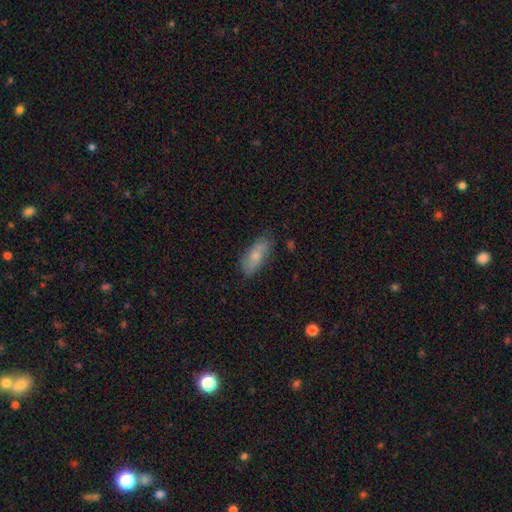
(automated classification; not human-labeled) Smooth or featured: smooth — 69% (featured or disk — 25%)
How rounded: in between — 79% (cigar-shaped — 18%)
Merging: none — 74% (minor disturbance — 20%)